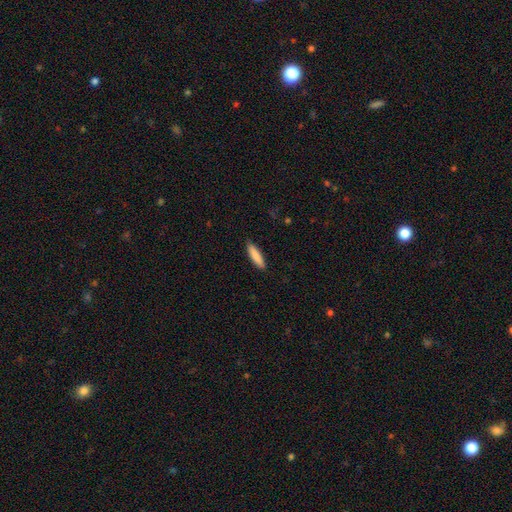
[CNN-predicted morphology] Q: Smooth or featured?
A: smooth (86%); runner-up: featured or disk (9%)
Q: How rounded?
A: cigar-shaped (76%); runner-up: in between (23%)
Q: Merging?
A: none (89%); runner-up: minor disturbance (8%)